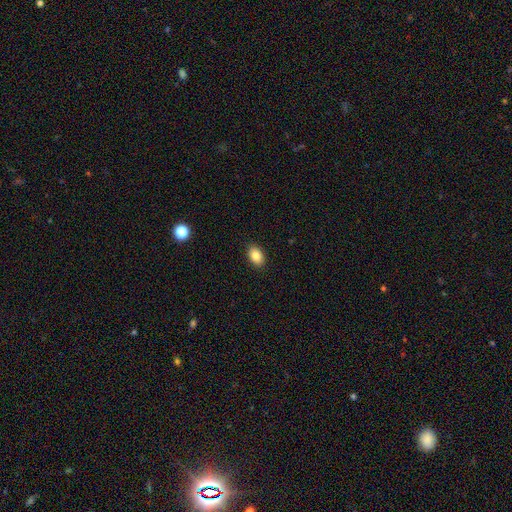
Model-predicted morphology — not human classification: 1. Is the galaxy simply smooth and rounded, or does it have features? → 86% smooth, 8% star or artifact, 6% featured or disk.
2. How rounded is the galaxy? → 86% in between, 13% round, 1% cigar-shaped.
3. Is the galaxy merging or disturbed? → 90% none, 7% minor disturbance, 2% major disturbance, 1% merger.